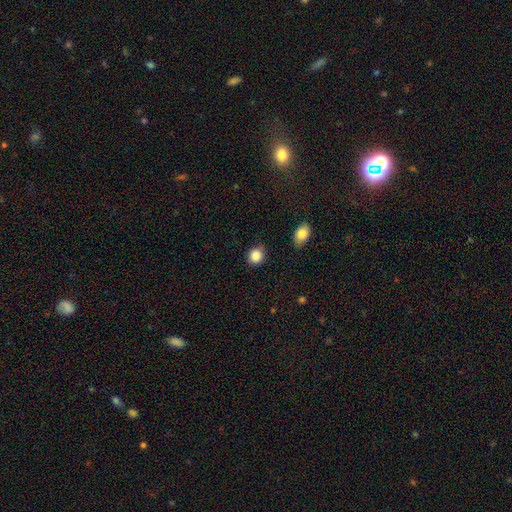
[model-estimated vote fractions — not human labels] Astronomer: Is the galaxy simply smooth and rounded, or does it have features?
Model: smooth — 88%.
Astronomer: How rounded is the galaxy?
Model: round — 82%.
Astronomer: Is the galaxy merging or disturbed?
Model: none — 77%.